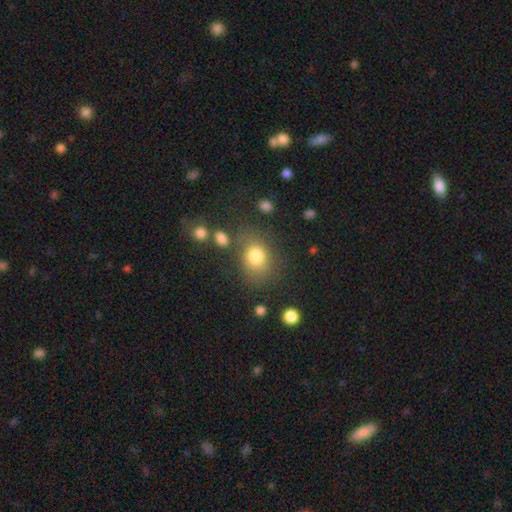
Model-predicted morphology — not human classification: Smooth or featured? Predicted: smooth (p=0.78). How rounded? Predicted: in between (p=0.49, tied with round). Merging? Predicted: none (p=0.68).